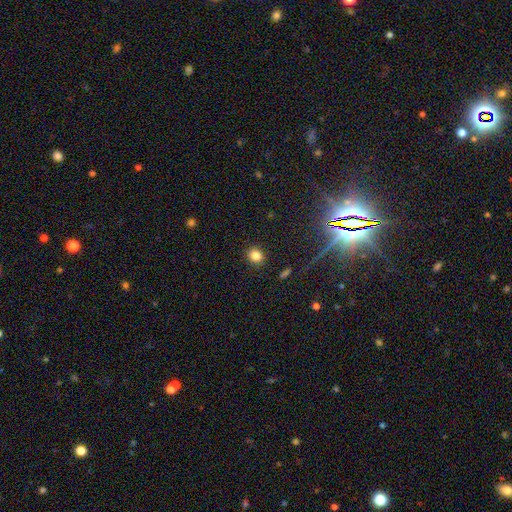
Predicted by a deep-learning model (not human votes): Q: Smooth or featured?
A: smooth (82%); runner-up: star or artifact (13%)
Q: How rounded?
A: round (73%); runner-up: in between (26%)
Q: Merging?
A: none (90%); runner-up: minor disturbance (7%)